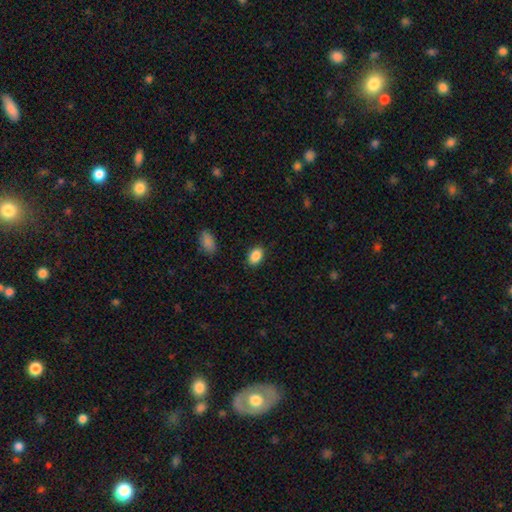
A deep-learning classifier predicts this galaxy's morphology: Smooth or featured: smooth — 88% (star or artifact — 8%)
How rounded: in between — 86% (round — 12%)
Merging: none — 87% (minor disturbance — 9%)